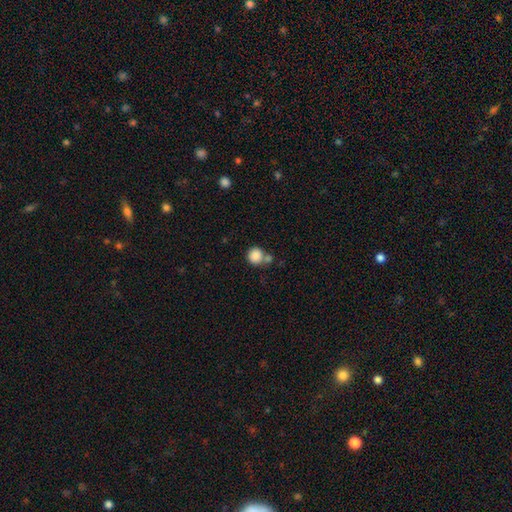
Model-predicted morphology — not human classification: Smooth or featured: smooth — 86% (star or artifact — 9%)
How rounded: round — 89% (in between — 10%)
Merging: none — 53% (merger — 31%)